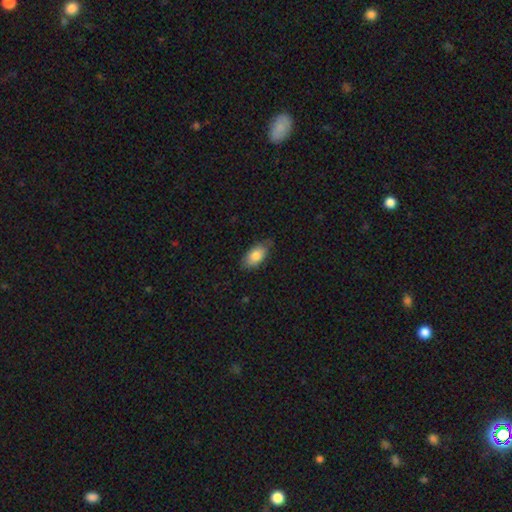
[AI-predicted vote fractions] Smooth or featured?
  - smooth: 82% *
  - featured or disk: 12%
  - star or artifact: 7%
How rounded?
  - in between: 91% *
  - cigar-shaped: 5%
  - round: 4%
Merging?
  - none: 74% *
  - minor disturbance: 22%
  - major disturbance: 3%
  - merger: 1%